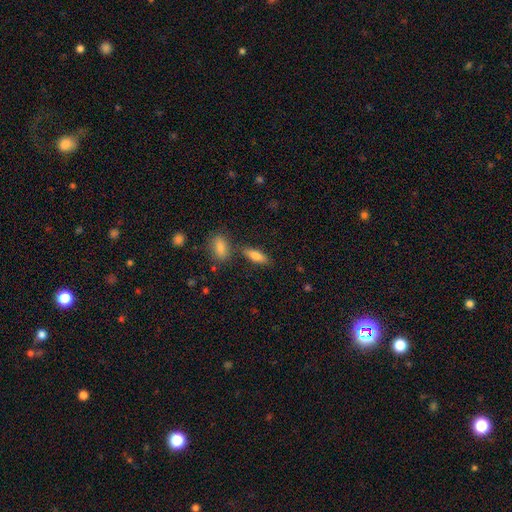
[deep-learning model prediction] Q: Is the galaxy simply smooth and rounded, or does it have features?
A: smooth — 78%.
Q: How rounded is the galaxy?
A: in between — 63%.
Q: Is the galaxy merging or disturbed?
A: none — 76%.